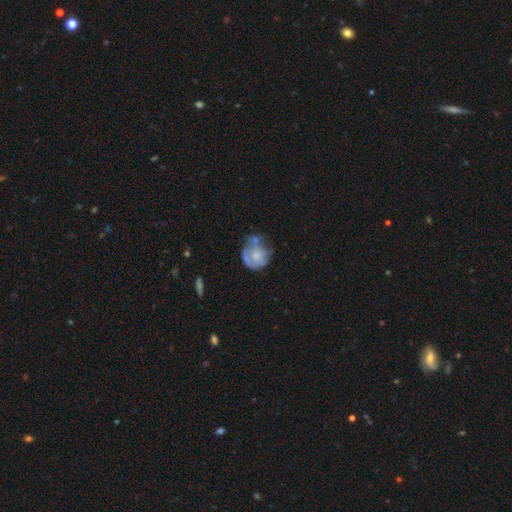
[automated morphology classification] This is possibly a smooth galaxy (47%). Merging: marginally none (37%).